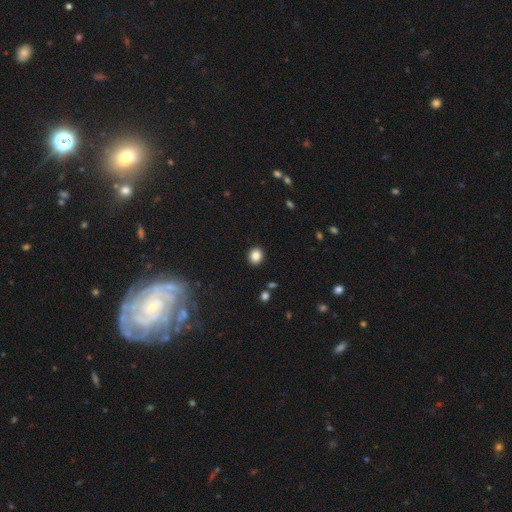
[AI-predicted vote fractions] This is clearly a smooth galaxy (86%). How rounded: likely round (72%). Merging: clearly none (91%).